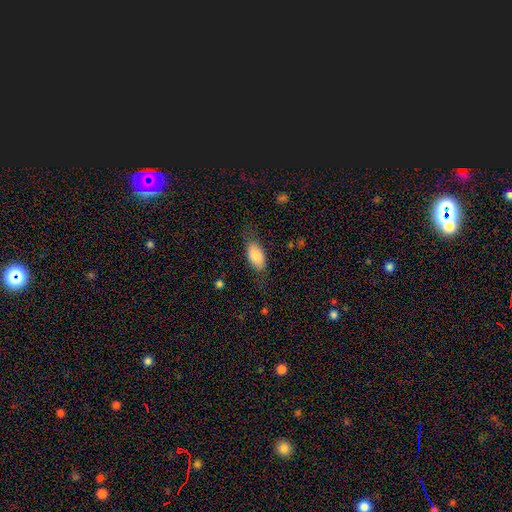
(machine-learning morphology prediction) The model was most divided on "merging": none: 70%, minor disturbance: 21%, major disturbance: 8%, merger: 1%. More confident: how rounded — in between (91%); smooth or featured — smooth (81%).